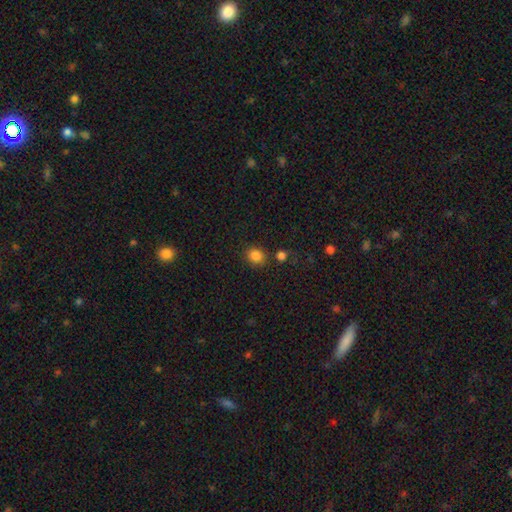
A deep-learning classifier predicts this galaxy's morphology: Smooth or featured? smooth (84%)
How rounded? round (72%)
Merging? none (81%)